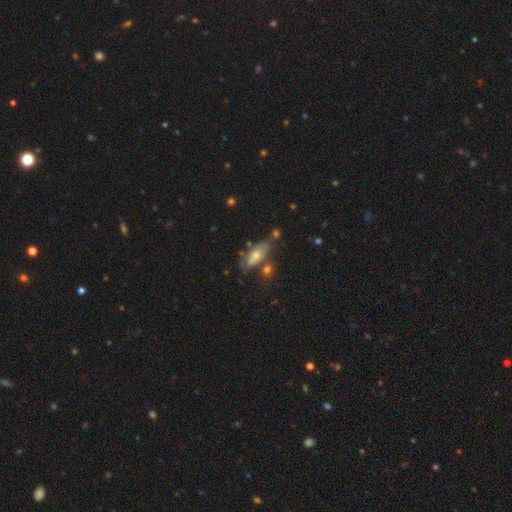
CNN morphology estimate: A smooth galaxy with no disk features (60%) that is in between round and cigar-shaped (81%). Merging: none (54%).